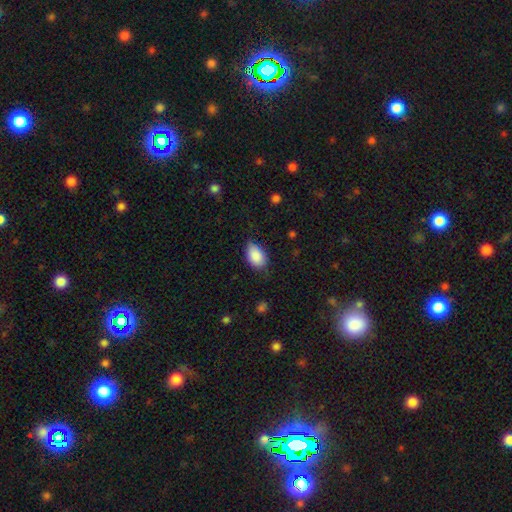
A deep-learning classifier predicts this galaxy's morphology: type=smooth (88%); roundness=in between (90%); merging=none (68%).